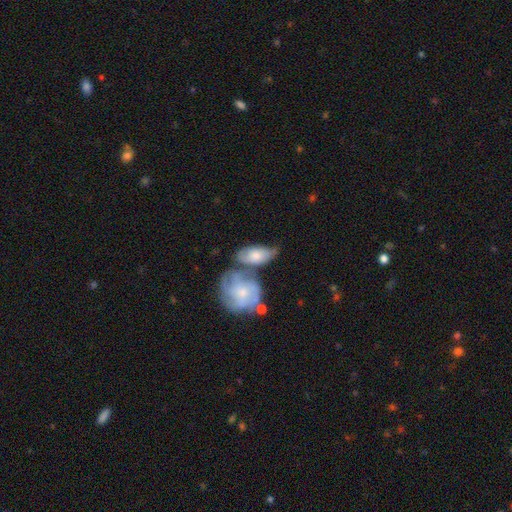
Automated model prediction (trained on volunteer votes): Smooth or featured?
  - smooth: 53% *
  - featured or disk: 41%
  - star or artifact: 6%
How rounded?
  - in between: 86% *
  - round: 9%
  - cigar-shaped: 5%
Merging?
  - merger: 38% *
  - none: 33%
  - minor disturbance: 19%
  - major disturbance: 10%